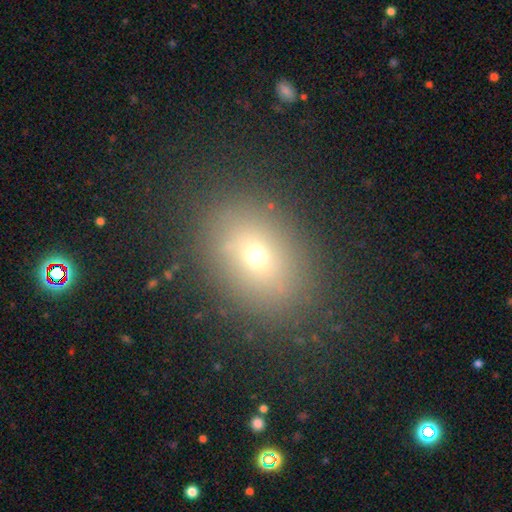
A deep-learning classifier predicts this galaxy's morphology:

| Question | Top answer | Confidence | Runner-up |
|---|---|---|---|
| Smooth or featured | smooth | 64% | star or artifact (19%) |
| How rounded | in between | 61% | round (37%) |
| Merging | none | 83% | minor disturbance (10%) |